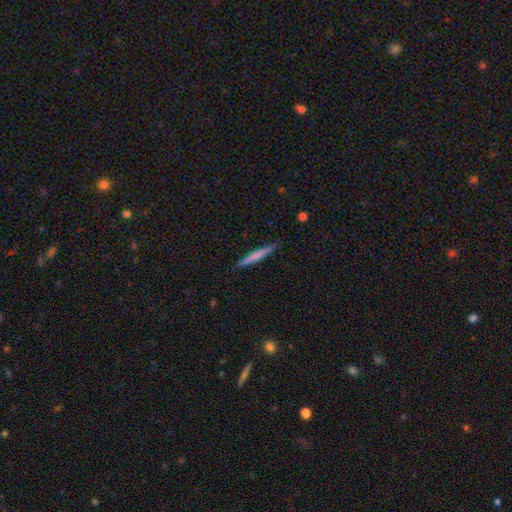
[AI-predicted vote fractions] Smooth or featured: smooth — 65% (featured or disk — 30%)
How rounded: cigar-shaped — 96% (in between — 3%)
Merging: none — 89% (minor disturbance — 9%)